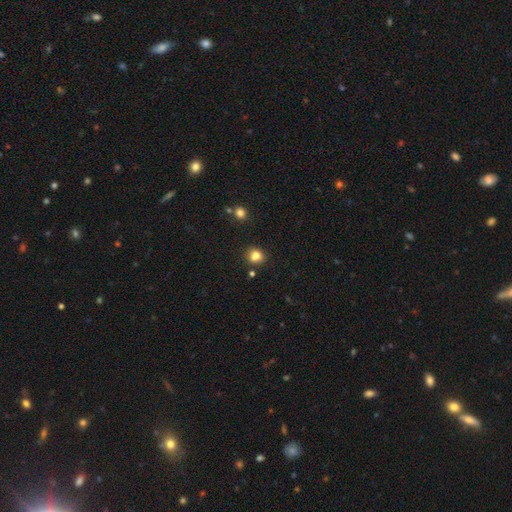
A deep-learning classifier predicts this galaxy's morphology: The model was most divided on "how rounded": round: 68%, in between: 31%, cigar-shaped: 1%. More confident: smooth or featured — smooth (81%); merging — none (71%).